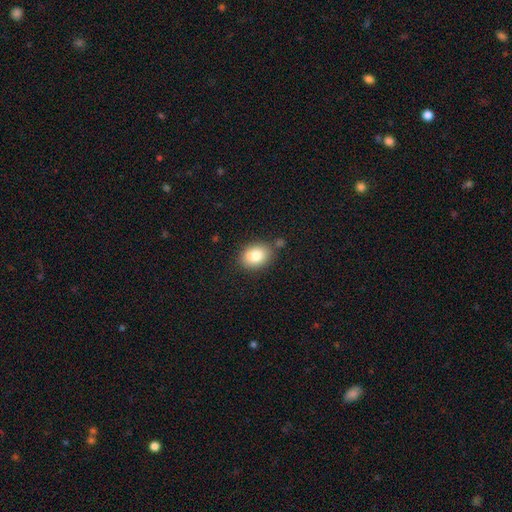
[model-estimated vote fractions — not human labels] Smooth or featured?
  - smooth: 82% *
  - featured or disk: 9%
  - star or artifact: 9%
How rounded?
  - in between: 66% *
  - round: 33%
  - cigar-shaped: 1%
Merging?
  - none: 78% *
  - minor disturbance: 13%
  - merger: 6%
  - major disturbance: 3%